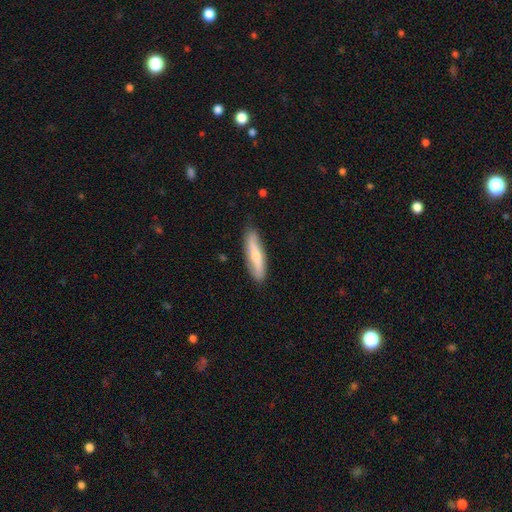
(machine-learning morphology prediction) smooth-or-featured: smooth: 52% | featured or disk: 43% | star or artifact: 5%
  how-rounded: cigar-shaped: 73% | in between: 25% | round: 2%
  merging: none: 82% | minor disturbance: 14% | major disturbance: 2% | merger: 1%